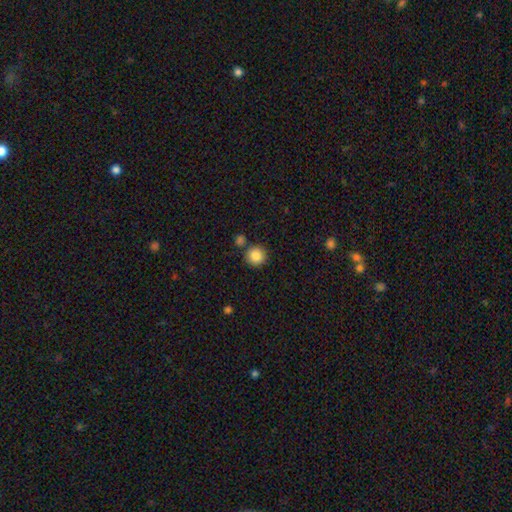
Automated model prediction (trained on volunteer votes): Smooth or featured?
  - smooth: 87% *
  - star or artifact: 9%
  - featured or disk: 4%
How rounded?
  - round: 93% *
  - in between: 6%
  - cigar-shaped: 1%
Merging?
  - none: 83% *
  - merger: 8%
  - minor disturbance: 7%
  - major disturbance: 2%